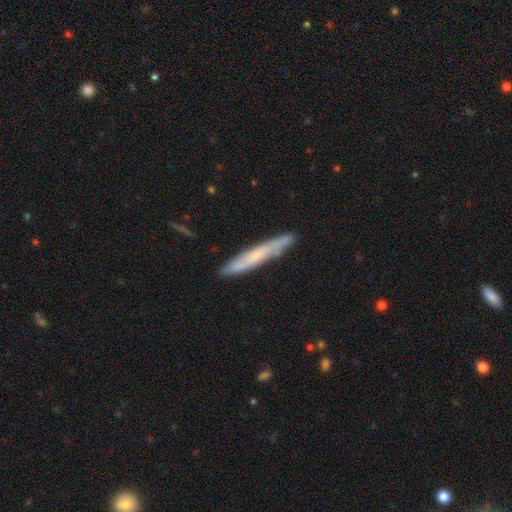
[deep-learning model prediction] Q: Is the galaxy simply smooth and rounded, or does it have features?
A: smooth — 47%, tied with featured or disk.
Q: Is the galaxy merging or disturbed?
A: none — 83%.